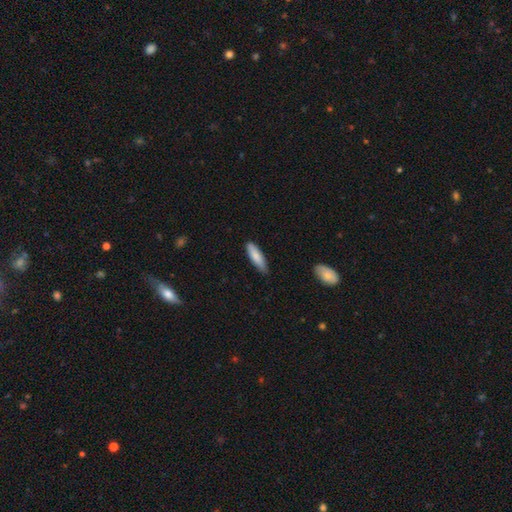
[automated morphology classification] Smooth or featured: smooth — 84% (featured or disk — 10%)
How rounded: cigar-shaped — 58% (in between — 40%)
Merging: none — 76% (minor disturbance — 20%)